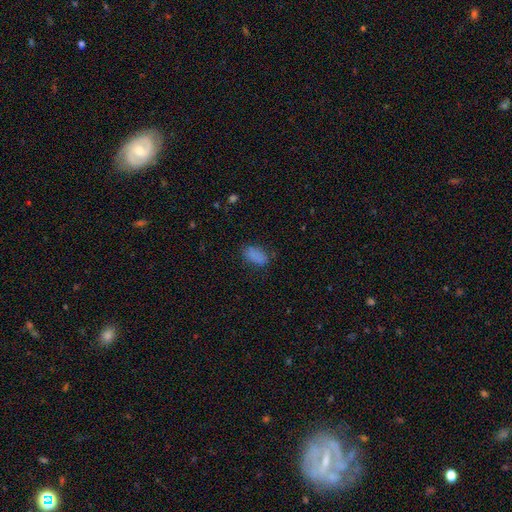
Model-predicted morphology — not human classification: This appears to be a smooth galaxy with no disk features (82%) that is in between round and cigar-shaped (91%). Merging: none (75%).